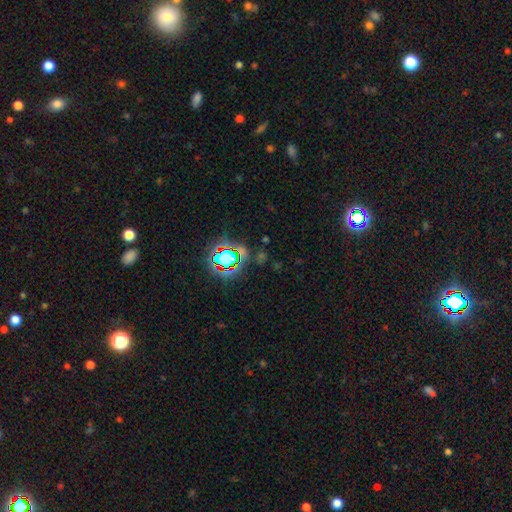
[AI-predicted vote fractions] smooth-or-featured: star or artifact: 77% | smooth: 14% | featured or disk: 9%